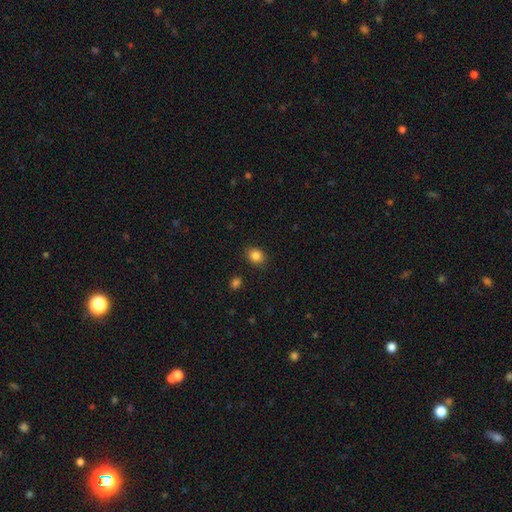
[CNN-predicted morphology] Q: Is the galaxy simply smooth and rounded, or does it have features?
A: smooth — 85%.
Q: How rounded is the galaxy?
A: round — 60%.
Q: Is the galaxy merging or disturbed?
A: none — 88%.